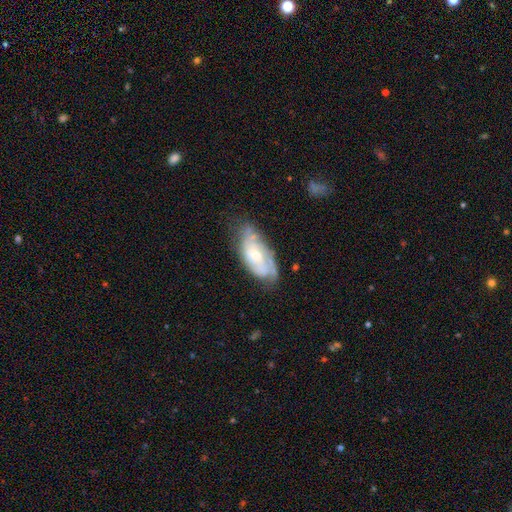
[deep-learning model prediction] smooth-or-featured: featured or disk: 68% | smooth: 25% | star or artifact: 7%
  disk-edge-on: no: 92% | yes: 8%
    bar: no: 61% | weak: 33% | strong: 7%
    has-spiral-arms: yes: 83% | no: 17%
      spiral-winding: tight: 54% | medium: 35% | loose: 11%
      spiral-arm-count: can't tell: 46% | 2: 30% | 3: 12% | 1: 6% | 4: 4% | more than 4: 3%
    bulge-size: moderate: 45% (tied) | small: 45% (tied) | none: 5% | large: 4% | dominant: 1%
  merging: none: 56% | minor disturbance: 29% | major disturbance: 12% | merger: 3%